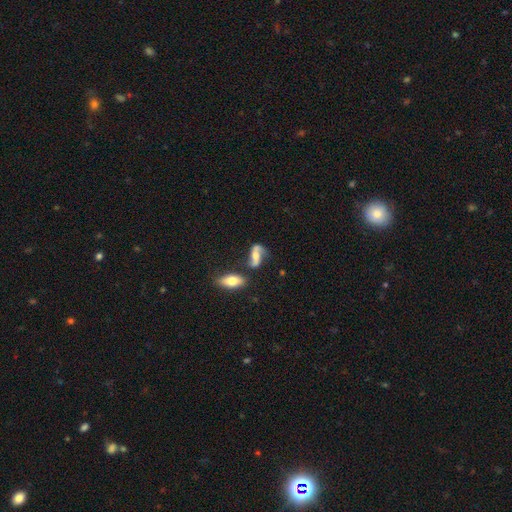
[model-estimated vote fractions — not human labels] Morphology: type=featured or disk (70%); edge-on=no (91%); bar=no (45%); spiral arms=yes (89%); winding=loose (68%); arm count=2 (90%); bulge=moderate (52%); merging=none (55%).